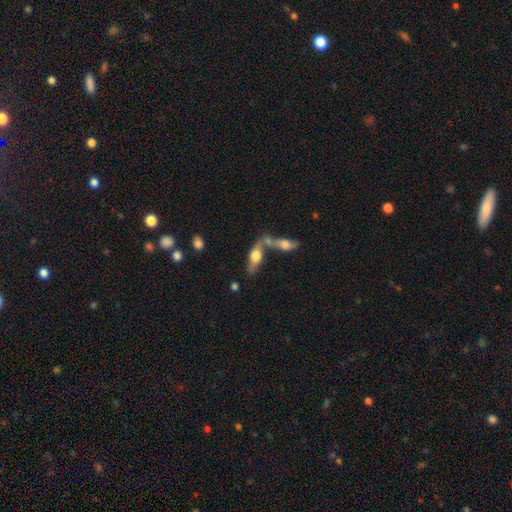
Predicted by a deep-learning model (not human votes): The model was most divided on "smooth or featured": smooth: 52%, featured or disk: 41%, star or artifact: 7%. Remaining: how rounded — in between (64%); merging — merger (48%).